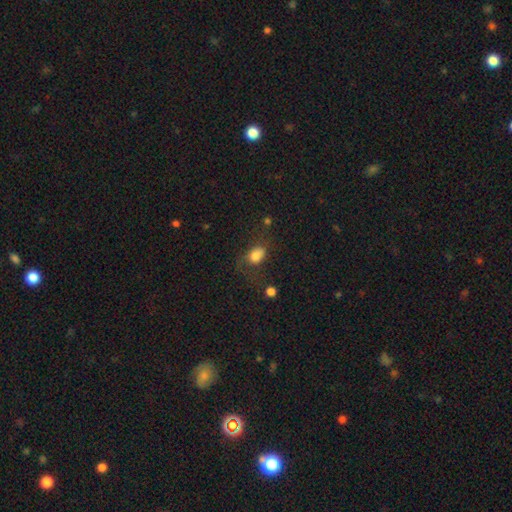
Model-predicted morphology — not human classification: smooth_or_featured: smooth (p=0.78) [alt: featured or disk p=0.11]
how_rounded: in between (p=0.71) [alt: round p=0.27]
merging: none (p=0.42) [alt: major disturbance p=0.26]